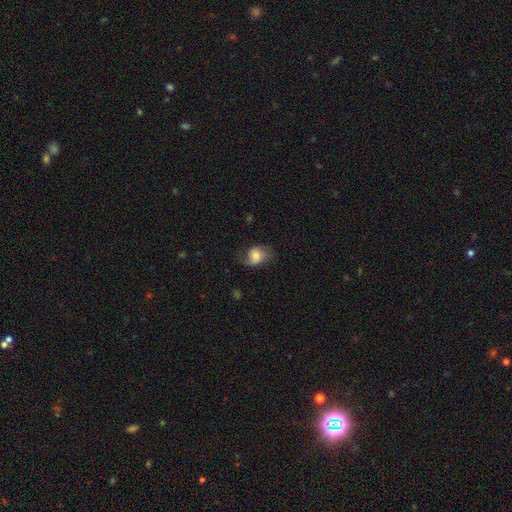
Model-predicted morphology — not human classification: A smooth galaxy with no disk features (66%) that is in between round and cigar-shaped (60%). Merging: none (59%).